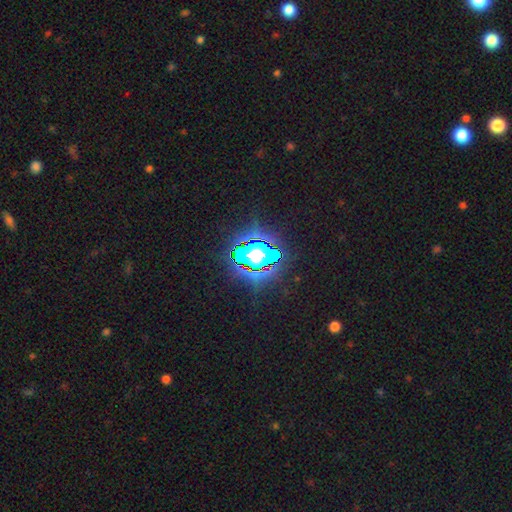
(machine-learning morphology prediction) This appears to be a star or artifact, not a galaxy (83%).